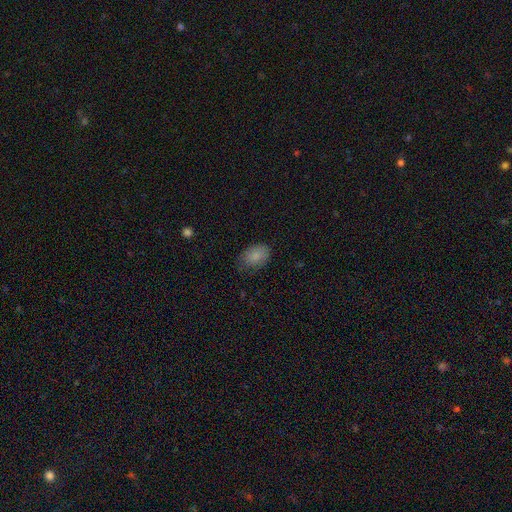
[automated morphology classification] This is clearly a smooth galaxy (85%). How rounded: clearly in between (86%). Merging: likely none (67%).